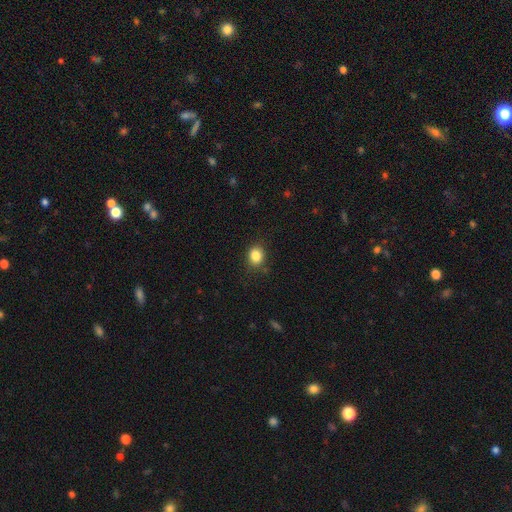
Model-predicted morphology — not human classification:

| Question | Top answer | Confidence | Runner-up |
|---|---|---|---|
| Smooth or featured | smooth | 85% | star or artifact (10%) |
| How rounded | round | 55% | in between (44%) |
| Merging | none | 84% | minor disturbance (11%) |